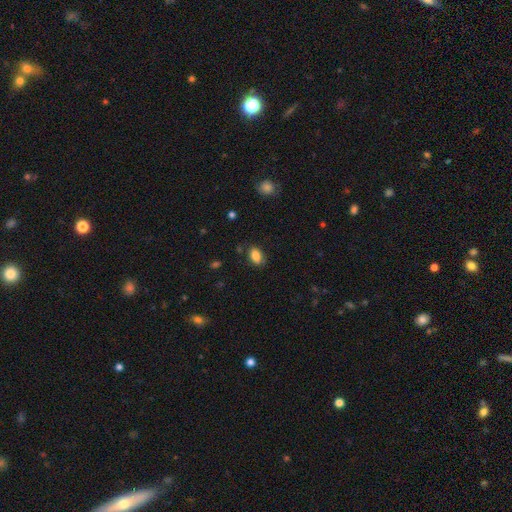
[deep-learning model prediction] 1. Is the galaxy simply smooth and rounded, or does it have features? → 85% smooth, 9% star or artifact, 7% featured or disk.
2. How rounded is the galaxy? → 89% in between, 8% round, 3% cigar-shaped.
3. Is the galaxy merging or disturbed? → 79% none, 15% minor disturbance, 3% major disturbance, 2% merger.